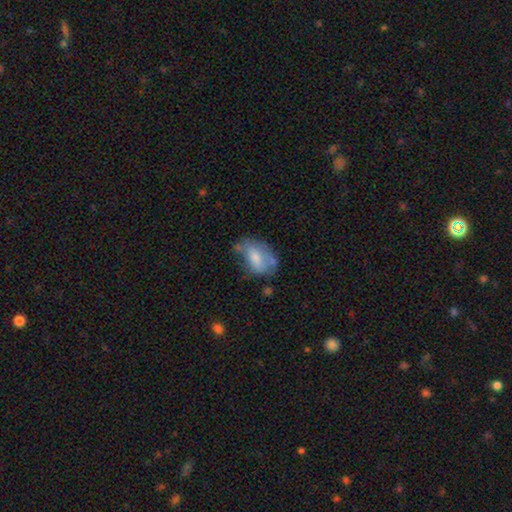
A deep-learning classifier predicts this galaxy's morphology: Smooth or featured? smooth (62%)
How rounded? in between (85%)
Merging? none (43%)